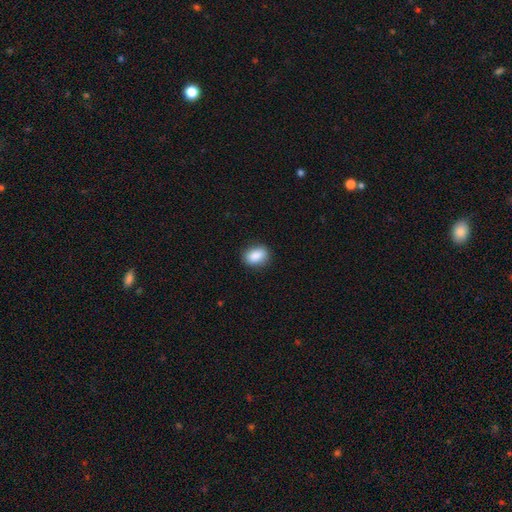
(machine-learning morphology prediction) A smooth galaxy with no disk features (88%) that is in between round and cigar-shaped (79%).

Vote fractions:
- Smooth or featured? smooth: 88% / star or artifact: 8% / featured or disk: 4%
- How rounded? in between: 79% / round: 19% / cigar-shaped: 2%
- Merging? none: 85% / minor disturbance: 12% / major disturbance: 3% / merger: 1%